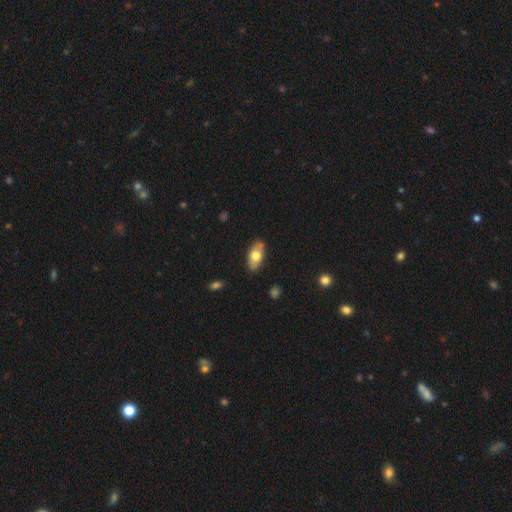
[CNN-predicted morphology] This is likely a smooth galaxy (67%). How rounded: clearly in between (90%). Merging: clearly none (83%).